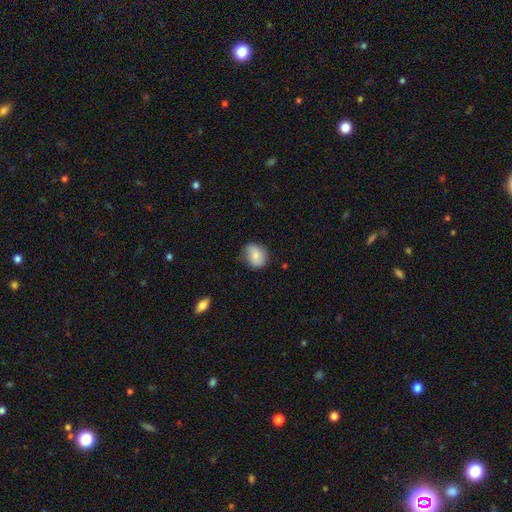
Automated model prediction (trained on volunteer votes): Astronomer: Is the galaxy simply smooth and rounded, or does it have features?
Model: smooth — 79%.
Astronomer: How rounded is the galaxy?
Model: round — 53% (runner-up: in between, 46%).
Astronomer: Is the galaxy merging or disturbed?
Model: none — 69%.